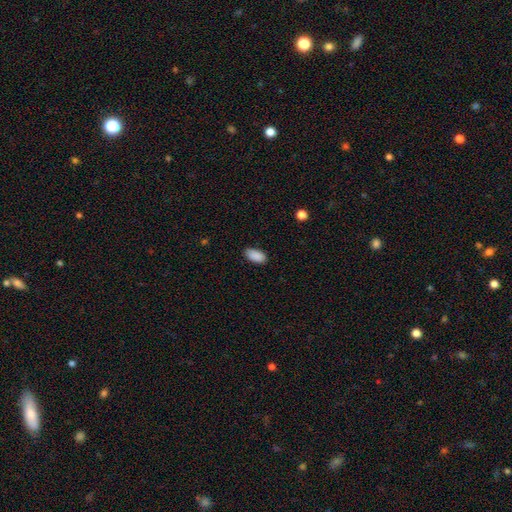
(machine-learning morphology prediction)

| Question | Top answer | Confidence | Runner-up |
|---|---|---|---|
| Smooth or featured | smooth | 90% | star or artifact (7%) |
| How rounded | in between | 94% | cigar-shaped (4%) |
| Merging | none | 85% | minor disturbance (11%) |